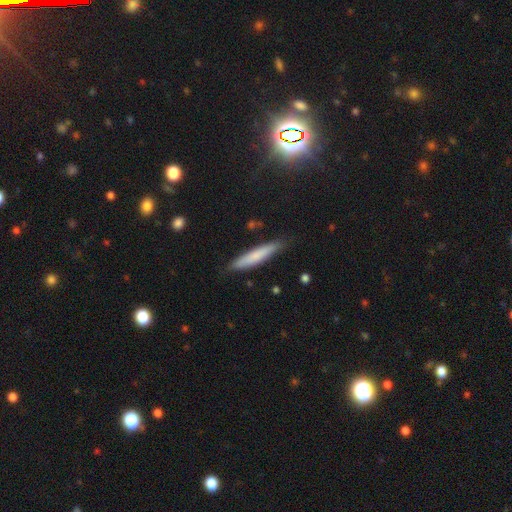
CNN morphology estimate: The model was most divided on "smooth or featured": smooth: 71%, featured or disk: 22%, star or artifact: 6%. More confident: how rounded — cigar-shaped (91%); merging — none (85%).